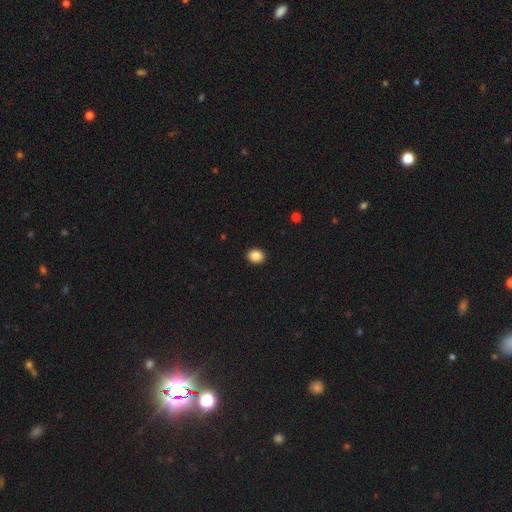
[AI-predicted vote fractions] A smooth galaxy with no disk features (87%) that is round (56%).

Vote fractions:
- Smooth or featured? smooth: 87% / star or artifact: 9% / featured or disk: 4%
- How rounded? round: 56% / in between: 43% / cigar-shaped: 1%
- Merging? none: 92% / minor disturbance: 5% / major disturbance: 2% / merger: 1%